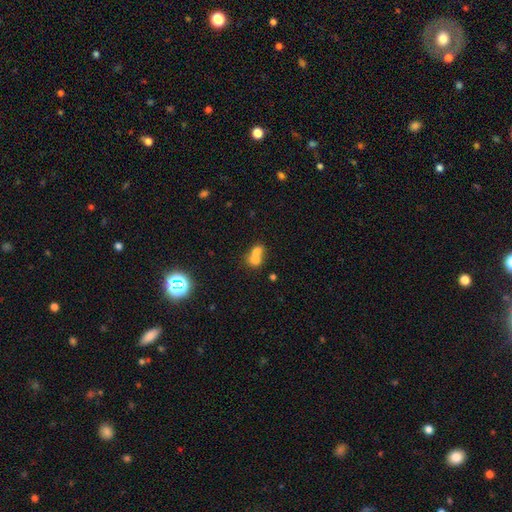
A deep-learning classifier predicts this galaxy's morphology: A smooth galaxy with no disk features (70%) that is round (60%).

Vote fractions:
- Smooth or featured? smooth: 70% / featured or disk: 18% / star or artifact: 12%
- How rounded? round: 60% / in between: 39% / cigar-shaped: 1%
- Merging? merger: 70% / none: 22% / minor disturbance: 5% / major disturbance: 3%